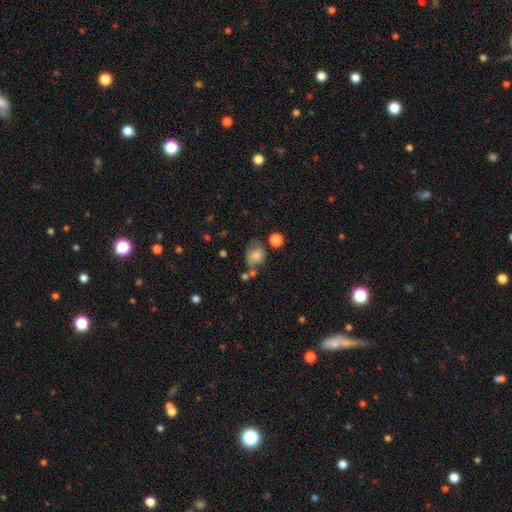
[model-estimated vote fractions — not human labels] This appears to be a smooth galaxy with no disk features (77%) that is round (58%). Merging: none (48%).